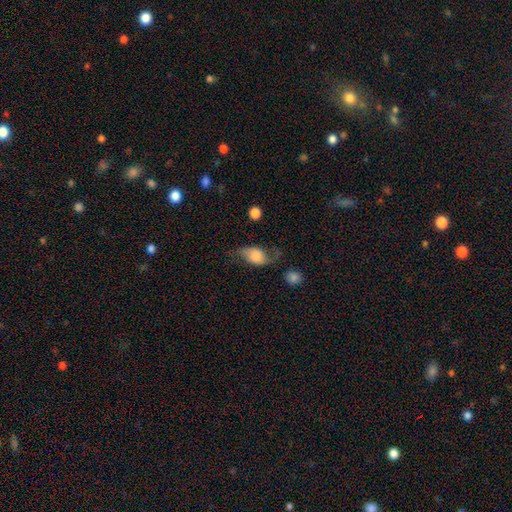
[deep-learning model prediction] Smooth or featured?
  - smooth: 54% *
  - featured or disk: 38%
  - star or artifact: 8%
How rounded?
  - in between: 81% *
  - round: 15%
  - cigar-shaped: 4%
Merging?
  - none: 48% *
  - minor disturbance: 28%
  - major disturbance: 21%
  - merger: 4%